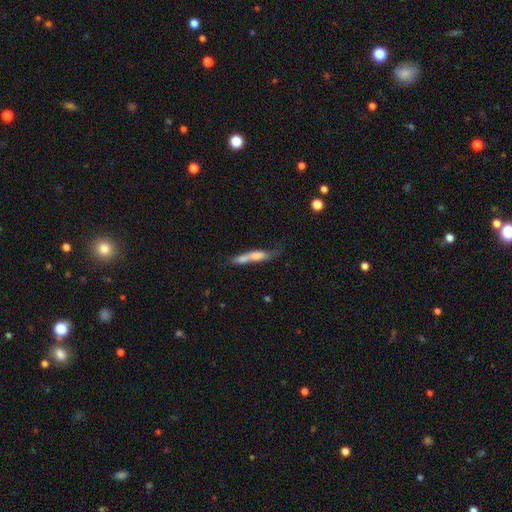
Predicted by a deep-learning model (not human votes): smooth-or-featured: smooth: 56% | featured or disk: 36% | star or artifact: 8%
  how-rounded: cigar-shaped: 78% | in between: 19% | round: 3%
  merging: merger: 43% | none: 31% | minor disturbance: 16% | major disturbance: 10%